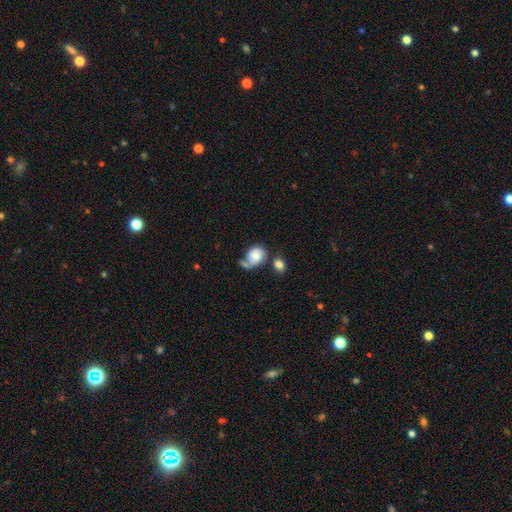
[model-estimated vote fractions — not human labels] The model was most divided on "how rounded": in between: 50%, round: 49%, cigar-shaped: 1%. Remaining: smooth or featured — smooth (57%); merging — none (32%).